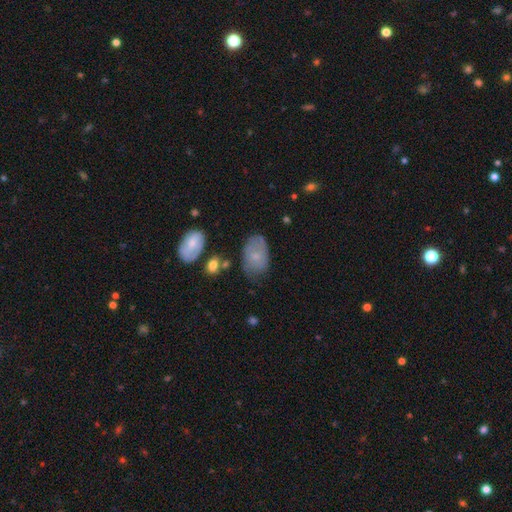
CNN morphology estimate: This is likely a smooth galaxy (62%). How rounded: clearly in between (89%). Merging: possibly none (60%).